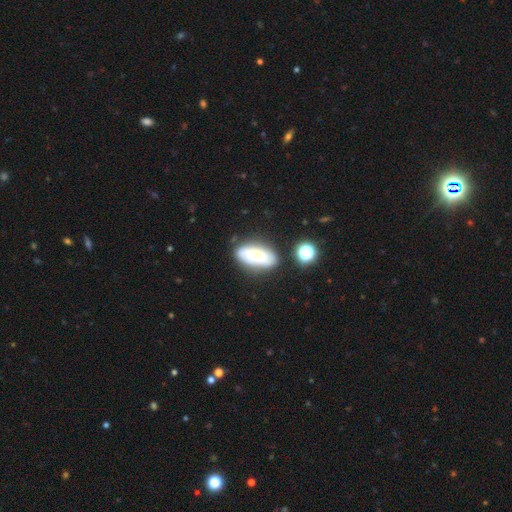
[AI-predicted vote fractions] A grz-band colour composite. It shows a smooth galaxy with no disk features (63%) that is in between round and cigar-shaped (86%). Merging: none (66%).